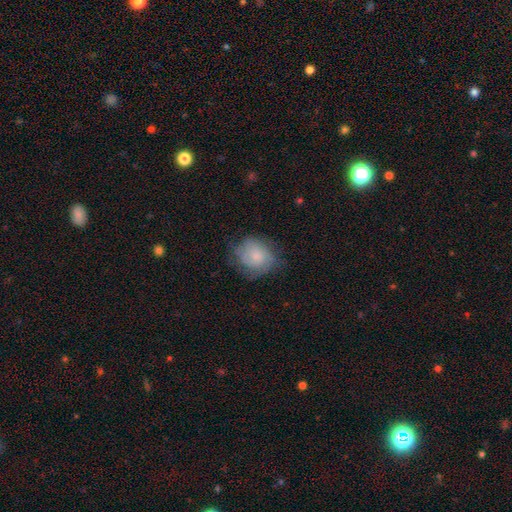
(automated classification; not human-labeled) Q: Smooth or featured?
A: smooth (59%); runner-up: featured or disk (33%)
Q: How rounded?
A: round (70%); runner-up: in between (29%)
Q: Merging?
A: none (61%); runner-up: minor disturbance (27%)